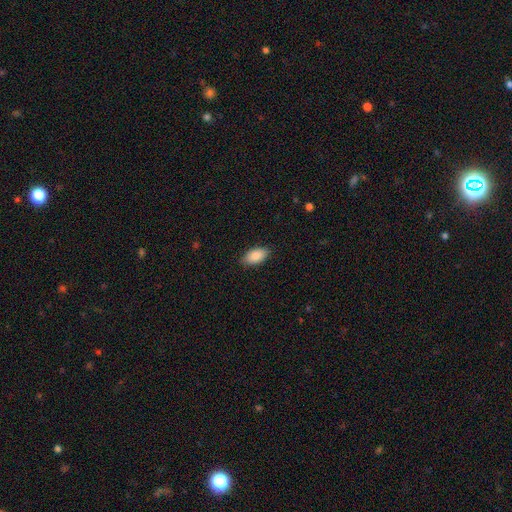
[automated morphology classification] smooth-or-featured: smooth: 89% | star or artifact: 6% | featured or disk: 5%
  how-rounded: in between: 94% | cigar-shaped: 3% | round: 3%
  merging: none: 87% | minor disturbance: 10% | major disturbance: 2% | merger: 1%